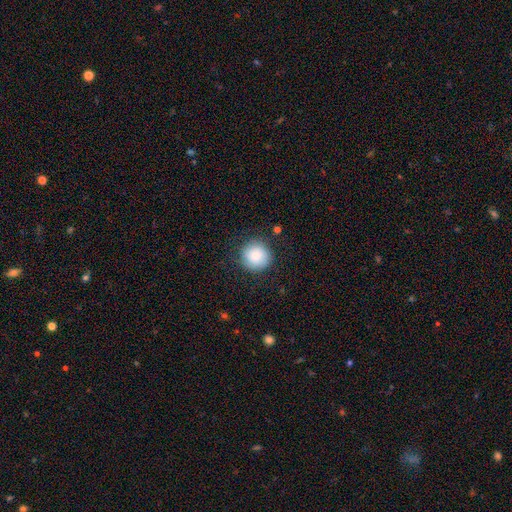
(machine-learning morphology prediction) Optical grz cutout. It shows a smooth galaxy with no disk features (85%) that is round (94%). Merging: none (80%).